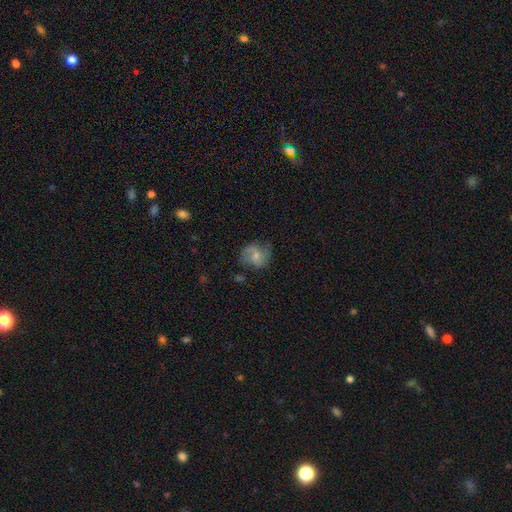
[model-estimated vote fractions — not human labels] Morphology: type=smooth (49%); merging=none (59%).